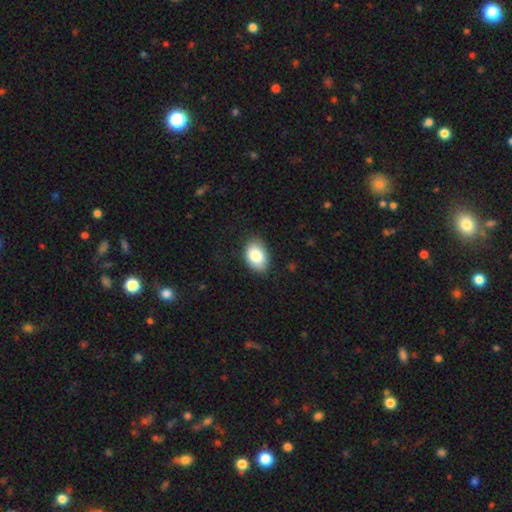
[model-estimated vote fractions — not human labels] The model was most divided on "merging": none: 82%, minor disturbance: 14%, major disturbance: 3%, merger: 1%. More confident: how rounded — in between (87%); smooth or featured — smooth (83%).